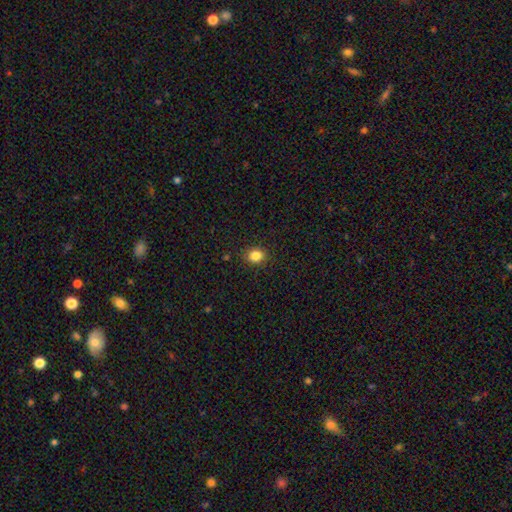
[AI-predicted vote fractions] smooth-or-featured: smooth: 84% | star or artifact: 11% | featured or disk: 5%
  how-rounded: round: 65% | in between: 34% | cigar-shaped: 1%
  merging: none: 89% | minor disturbance: 8% | major disturbance: 2% | merger: 1%